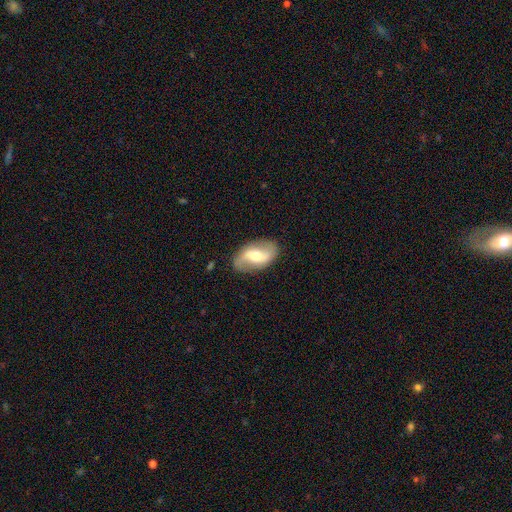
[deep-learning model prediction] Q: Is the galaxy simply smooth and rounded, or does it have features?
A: featured or disk — 71%.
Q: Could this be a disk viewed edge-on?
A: no — 95%.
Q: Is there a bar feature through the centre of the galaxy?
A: weak — 43%.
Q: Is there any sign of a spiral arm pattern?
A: yes — 83%.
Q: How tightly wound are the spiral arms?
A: loose — 71%.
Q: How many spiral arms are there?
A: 2 — 91%.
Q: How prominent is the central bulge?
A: moderate — 63%.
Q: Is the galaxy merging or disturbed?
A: none — 83%.